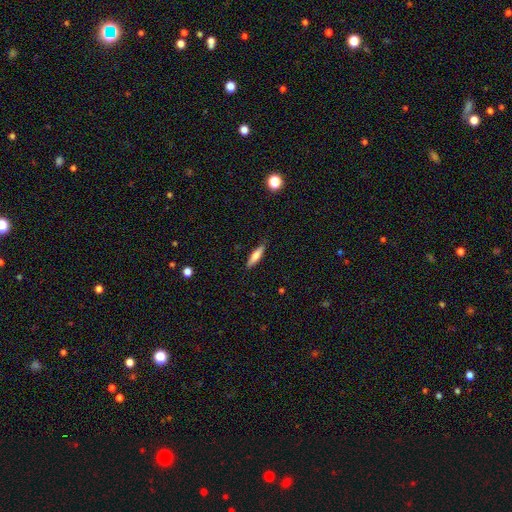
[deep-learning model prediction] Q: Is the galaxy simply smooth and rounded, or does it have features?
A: smooth — 69%.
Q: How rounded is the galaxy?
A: cigar-shaped — 74%.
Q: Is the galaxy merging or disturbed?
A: none — 85%.